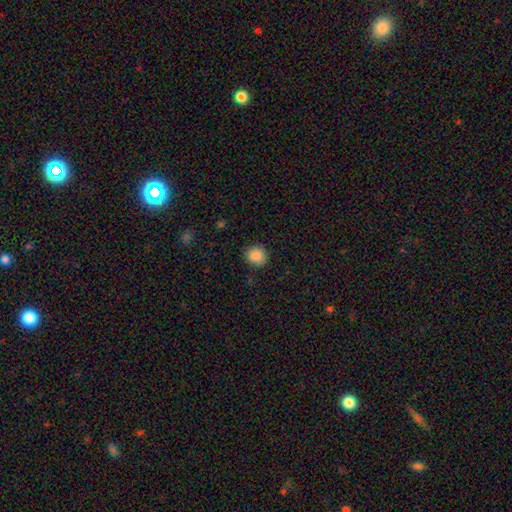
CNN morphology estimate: The model was most divided on "how rounded": round: 83%, in between: 16%, cigar-shaped: 1%. More confident: merging — none (89%); smooth or featured — smooth (87%).